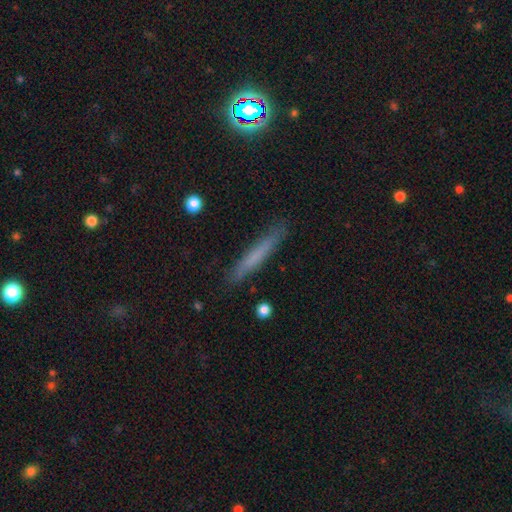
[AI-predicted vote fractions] Smooth or featured? smooth (61%)
How rounded? cigar-shaped (94%)
Merging? none (87%)